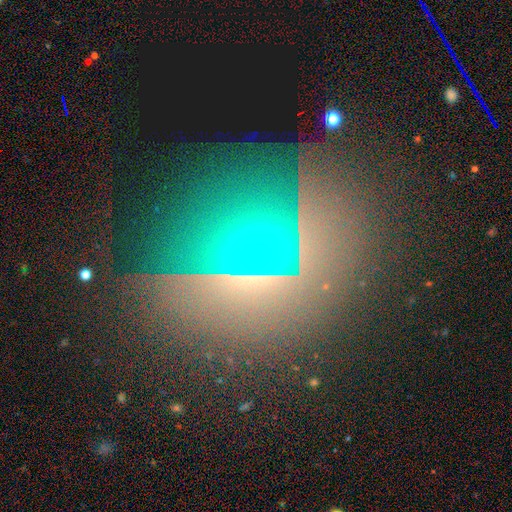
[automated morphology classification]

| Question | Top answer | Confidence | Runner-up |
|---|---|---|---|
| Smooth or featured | star or artifact | 45% | featured or disk (29%) |